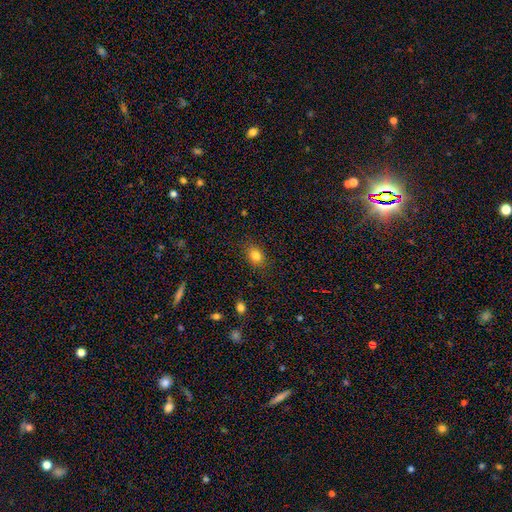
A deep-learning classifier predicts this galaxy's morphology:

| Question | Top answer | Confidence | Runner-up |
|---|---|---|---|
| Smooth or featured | smooth | 83% | star or artifact (11%) |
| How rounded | in between | 59% | round (40%) |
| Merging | none | 85% | minor disturbance (11%) |